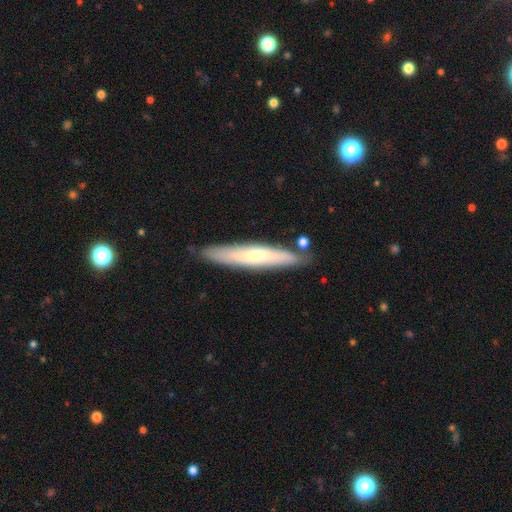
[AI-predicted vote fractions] Smooth or featured: smooth — 48% (featured or disk — 47%)
Merging: none — 82% (minor disturbance — 11%)